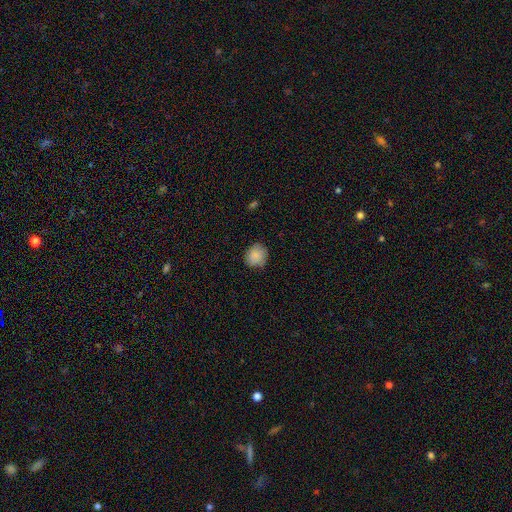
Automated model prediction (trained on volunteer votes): This appears to be a smooth galaxy with no disk features (86%) that is round (74%). Merging: none (77%).